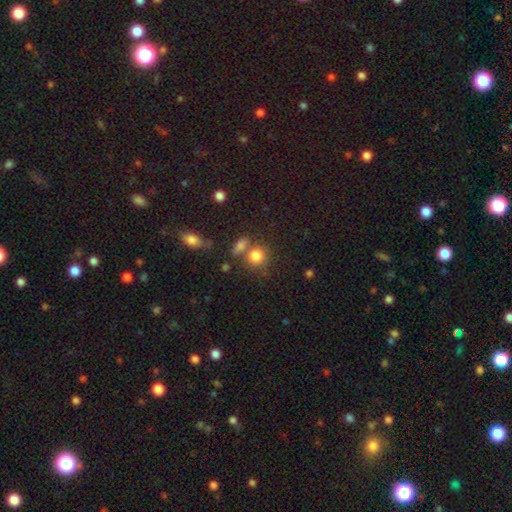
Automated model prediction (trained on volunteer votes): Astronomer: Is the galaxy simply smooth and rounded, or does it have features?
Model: smooth — 82%.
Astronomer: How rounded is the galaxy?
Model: round — 80%.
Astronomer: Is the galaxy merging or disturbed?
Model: none — 56%.